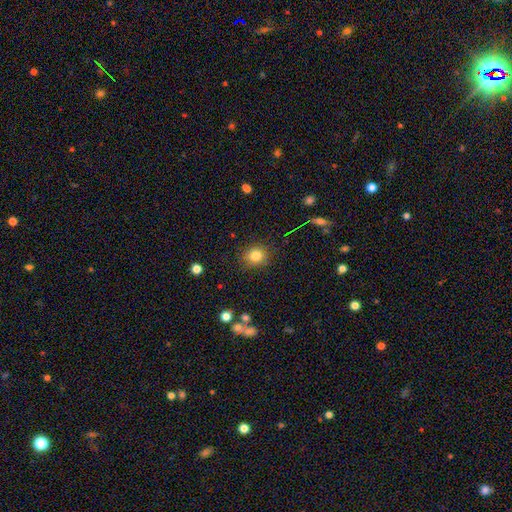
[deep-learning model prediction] smooth_or_featured: smooth (p=0.82) [alt: star or artifact p=0.12]
how_rounded: round (p=0.76) [alt: in between p=0.23]
merging: none (p=0.84) [alt: minor disturbance p=0.11]